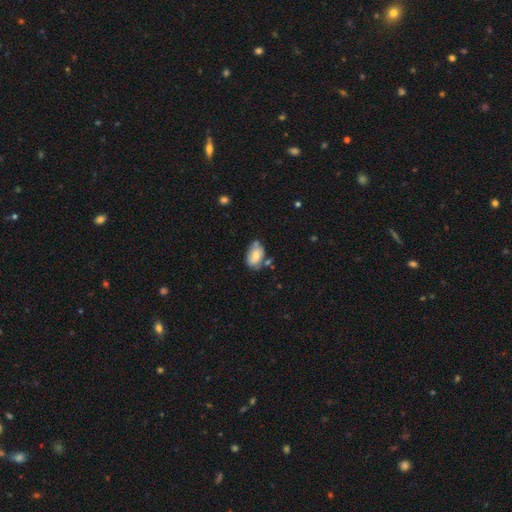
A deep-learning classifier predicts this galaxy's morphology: The model was most divided on "merging": none: 52%, minor disturbance: 29%, merger: 12%, major disturbance: 7%. More confident: how rounded — in between (88%); smooth or featured — smooth (63%).